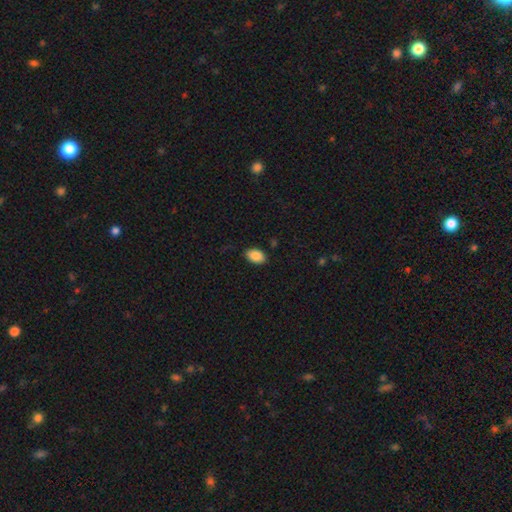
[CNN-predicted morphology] Q: Smooth or featured?
A: smooth (87%); runner-up: star or artifact (8%)
Q: How rounded?
A: in between (88%); runner-up: round (10%)
Q: Merging?
A: none (85%); runner-up: minor disturbance (11%)